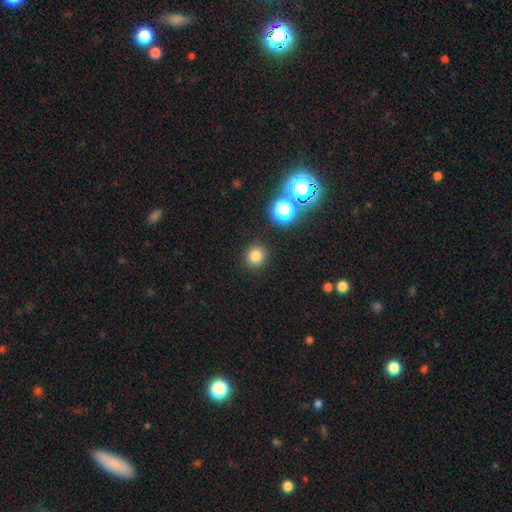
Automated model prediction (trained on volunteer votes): This is likely a smooth galaxy (79%). How rounded: clearly round (88%). Merging: clearly none (89%).